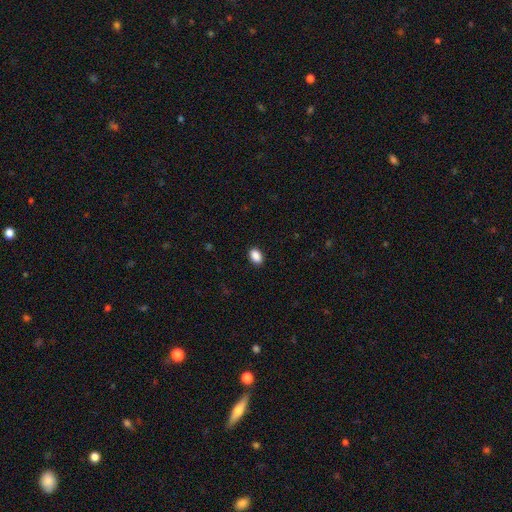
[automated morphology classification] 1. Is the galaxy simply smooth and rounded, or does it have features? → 90% smooth, 8% star or artifact, 3% featured or disk.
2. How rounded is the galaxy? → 87% in between, 11% round, 1% cigar-shaped.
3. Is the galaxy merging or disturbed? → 90% none, 8% minor disturbance, 2% major disturbance, 1% merger.